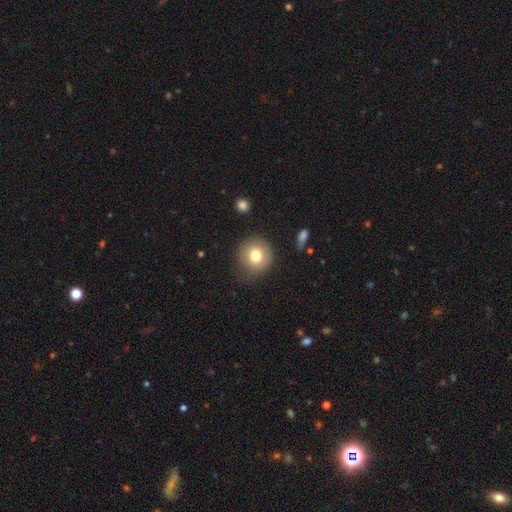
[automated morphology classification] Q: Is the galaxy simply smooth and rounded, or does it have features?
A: smooth — 76%.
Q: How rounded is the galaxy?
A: round — 88%.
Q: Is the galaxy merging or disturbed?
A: none — 73%.